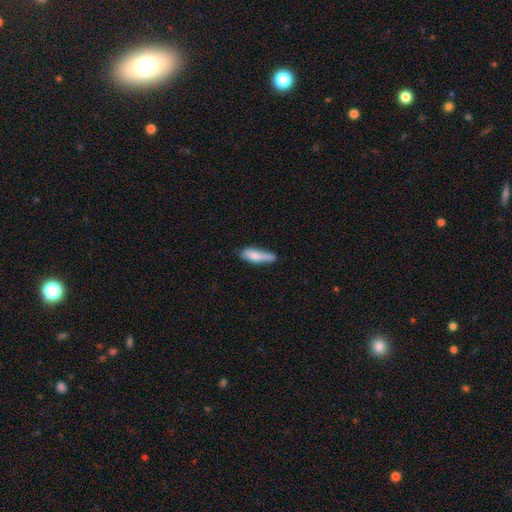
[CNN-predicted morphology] smooth-or-featured: smooth: 74% | featured or disk: 20% | star or artifact: 7%
  how-rounded: cigar-shaped: 60% | in between: 38% | round: 2%
  merging: none: 46% | minor disturbance: 37% | major disturbance: 11% | merger: 6%